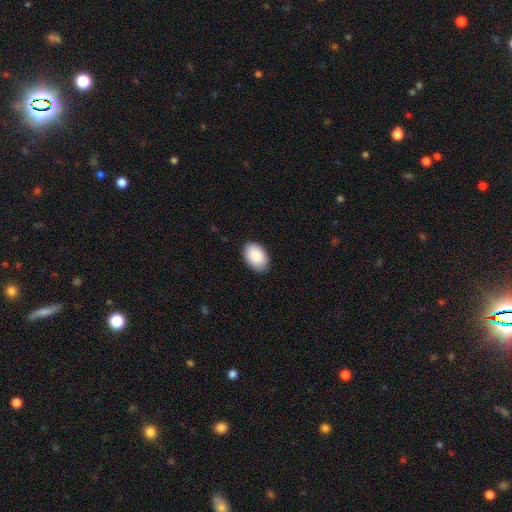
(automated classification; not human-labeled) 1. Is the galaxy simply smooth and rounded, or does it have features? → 90% smooth, 6% star or artifact, 4% featured or disk.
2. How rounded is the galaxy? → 92% in between, 7% round, 1% cigar-shaped.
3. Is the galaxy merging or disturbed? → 86% none, 11% minor disturbance, 2% major disturbance, 1% merger.